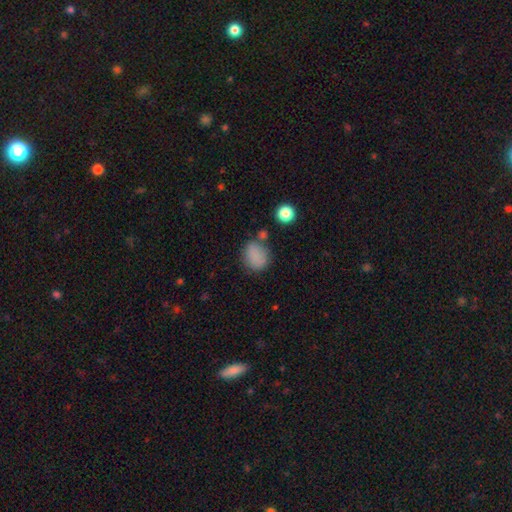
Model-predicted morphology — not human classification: The model was most divided on "how rounded": round: 65%, in between: 34%, cigar-shaped: 1%. More confident: smooth or featured — smooth (81%); merging — none (67%).